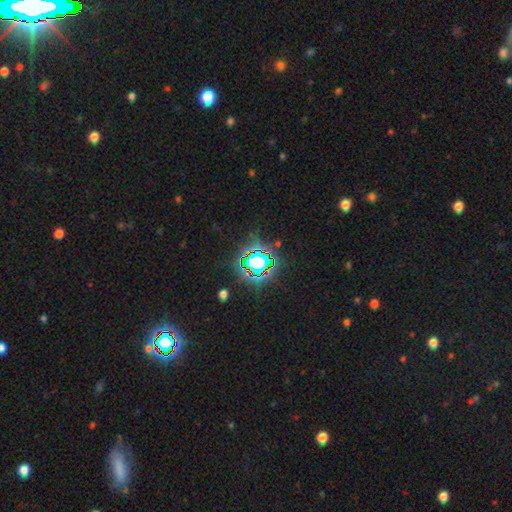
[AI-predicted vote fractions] This appears to be a star or artifact, not a galaxy (73%).